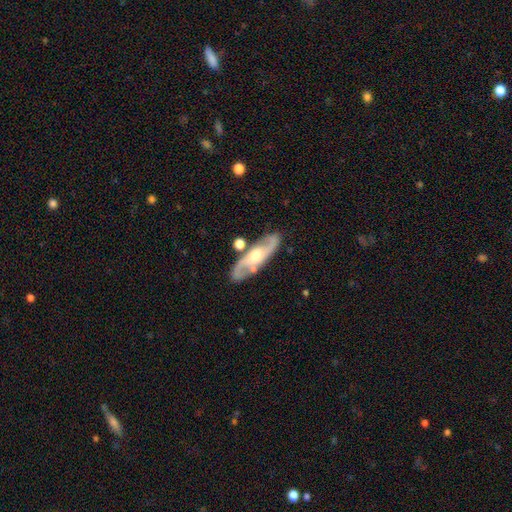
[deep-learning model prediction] Morphology: type=featured or disk (83%); edge-on=no (83%); bar=no (51%); spiral arms=yes (92%); winding=medium (50%); arm count=2 (90%); bulge=moderate (65%); merging=none (80%).